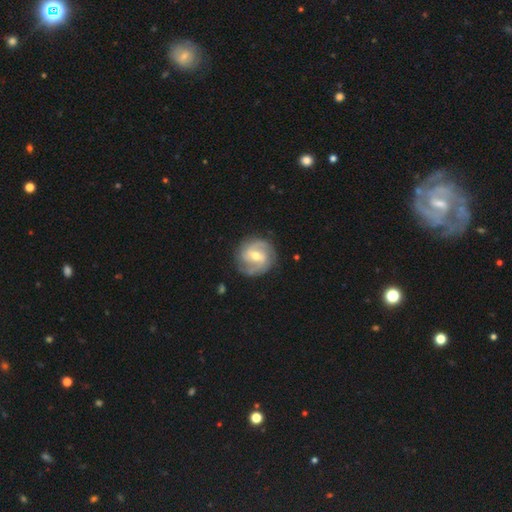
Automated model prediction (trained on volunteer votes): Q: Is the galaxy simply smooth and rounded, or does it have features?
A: featured or disk — 82%.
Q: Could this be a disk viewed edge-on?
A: no — 98%.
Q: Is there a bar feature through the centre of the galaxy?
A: weak — 54%.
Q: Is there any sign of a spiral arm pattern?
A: yes — 94%.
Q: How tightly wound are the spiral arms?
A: medium — 43%.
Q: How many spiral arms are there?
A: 2 — 64%.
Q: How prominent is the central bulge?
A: moderate — 62%.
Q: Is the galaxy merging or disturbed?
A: none — 82%.